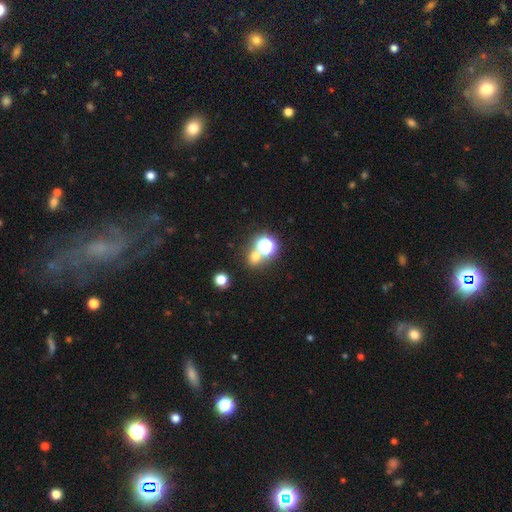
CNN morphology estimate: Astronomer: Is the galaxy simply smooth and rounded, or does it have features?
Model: smooth — 56% (runner-up: star or artifact, 35%).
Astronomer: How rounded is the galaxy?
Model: round — 82%.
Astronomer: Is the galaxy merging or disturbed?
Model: none — 63%.